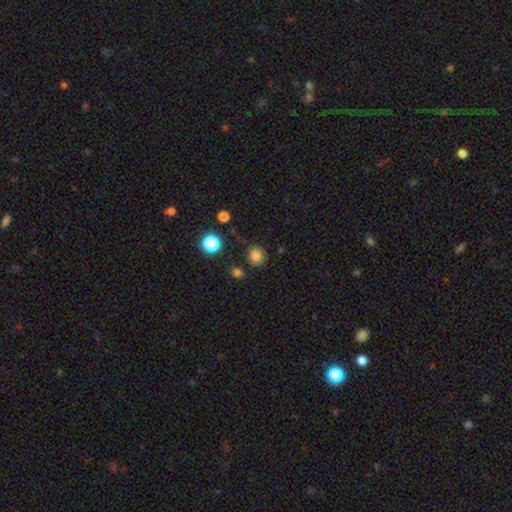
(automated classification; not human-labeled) smooth 81%, star or artifact 14%, featured or disk 5%. Down the decision tree: how rounded — round (85%); merging — none (81%).